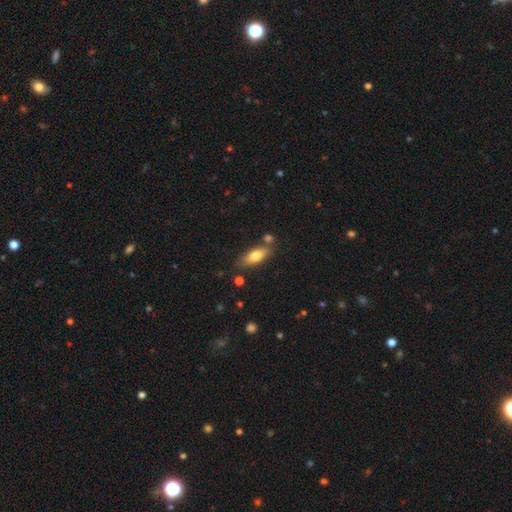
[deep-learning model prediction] A smooth galaxy with no disk features (74%) that is in between round and cigar-shaped (71%). Merging: none (74%).